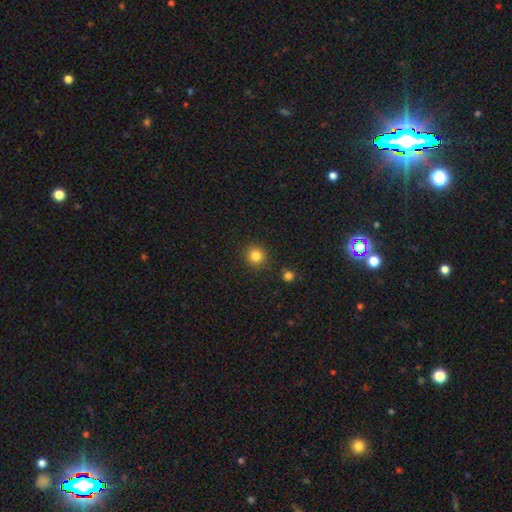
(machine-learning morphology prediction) Smooth or featured?
  - smooth: 83% *
  - star or artifact: 12%
  - featured or disk: 5%
How rounded?
  - round: 92% *
  - in between: 7%
  - cigar-shaped: 1%
Merging?
  - none: 90% *
  - minor disturbance: 6%
  - merger: 3%
  - major disturbance: 2%